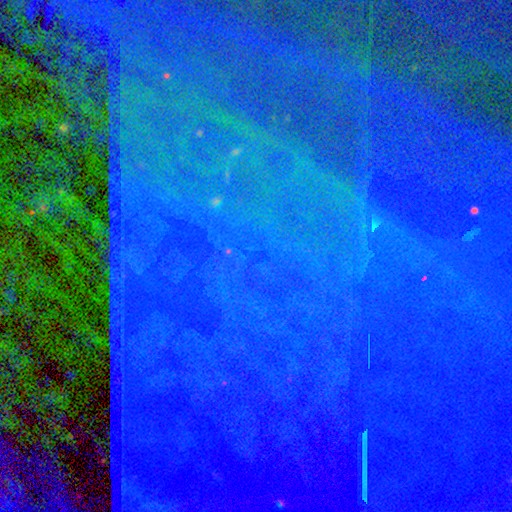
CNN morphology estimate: Smooth or featured: star or artifact — 86% (featured or disk — 7%)